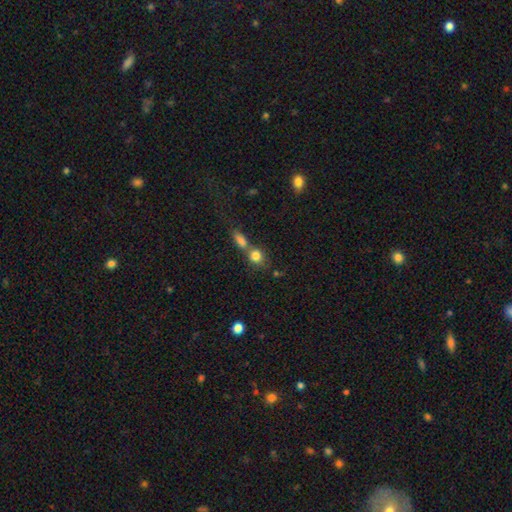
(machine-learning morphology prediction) A smooth galaxy with no disk features (81%) that is round (73%). Merging: none (44%).